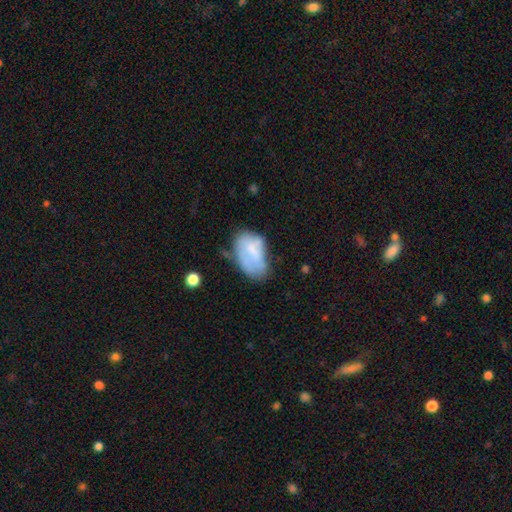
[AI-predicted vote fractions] This is likely a smooth galaxy (62%). How rounded: clearly in between (91%). Merging: marginally minor disturbance (36%).